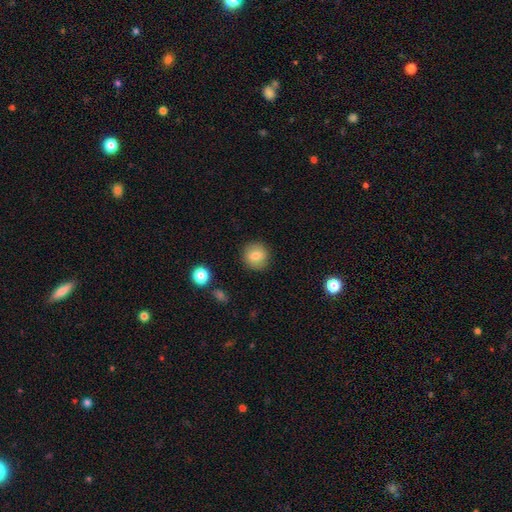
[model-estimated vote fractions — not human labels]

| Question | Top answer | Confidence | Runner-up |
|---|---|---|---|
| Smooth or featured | smooth | 80% | featured or disk (11%) |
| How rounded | round | 89% | in between (10%) |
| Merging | none | 89% | minor disturbance (8%) |